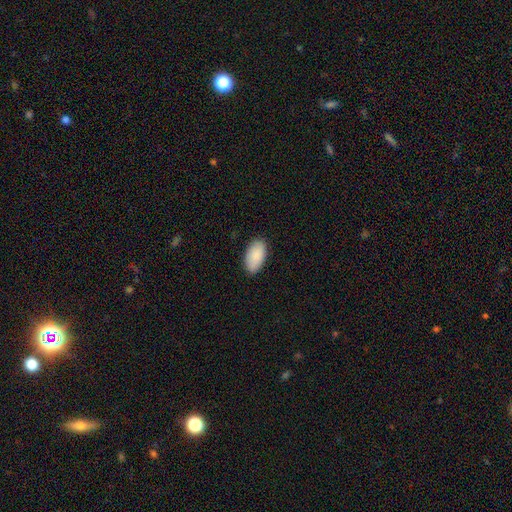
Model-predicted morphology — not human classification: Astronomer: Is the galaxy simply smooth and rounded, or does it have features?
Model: smooth — 89%.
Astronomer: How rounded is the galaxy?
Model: in between — 95%.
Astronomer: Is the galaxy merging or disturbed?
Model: none — 87%.